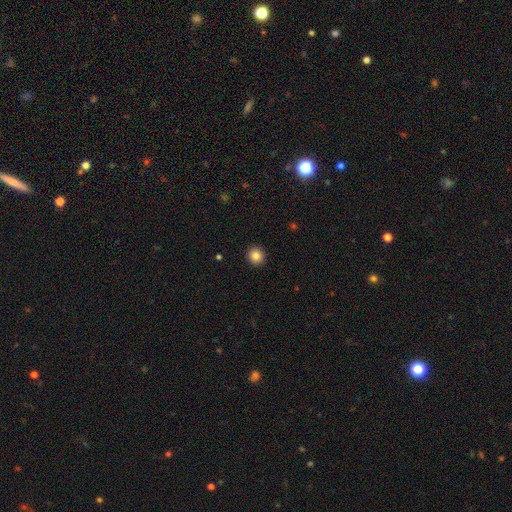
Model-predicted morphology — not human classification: Overall: smooth (85%). How rounded: round (92%). Merging: none (93%).